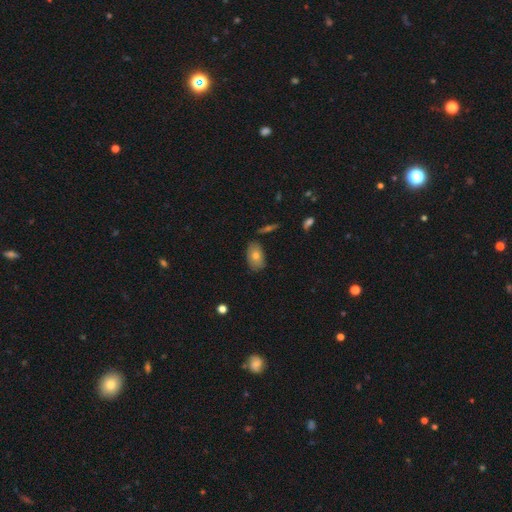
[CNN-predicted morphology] A smooth galaxy with no disk features (70%) that is in between round and cigar-shaped (89%). Merging: none (76%).